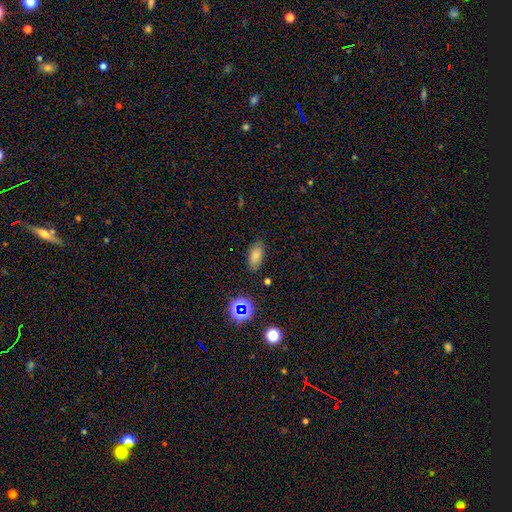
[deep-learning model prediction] Overall: smooth (76%). How rounded: in between (89%). Merging: none (82%).